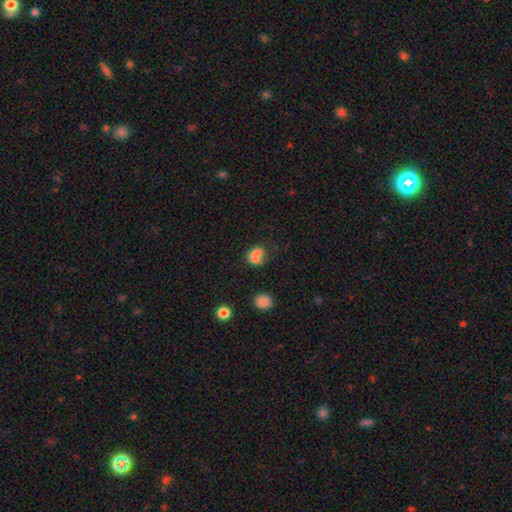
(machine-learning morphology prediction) Smooth or featured?
  - smooth: 74% *
  - featured or disk: 14%
  - star or artifact: 13%
How rounded?
  - in between: 53% *
  - round: 45%
  - cigar-shaped: 1%
Merging?
  - merger: 36% *
  - none: 33%
  - minor disturbance: 18%
  - major disturbance: 13%